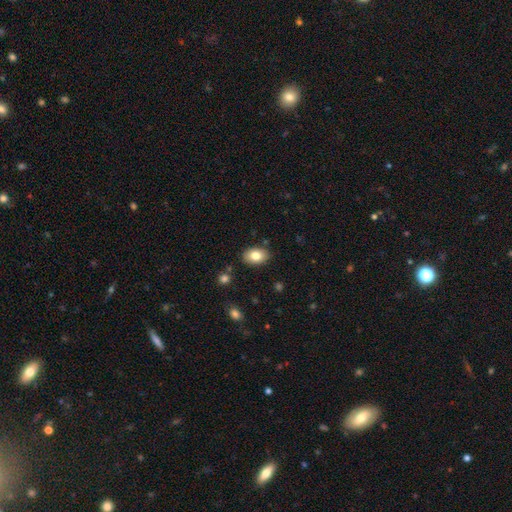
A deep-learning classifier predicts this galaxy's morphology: Overall: smooth (81%). How rounded: in between (85%). Merging: none (85%).